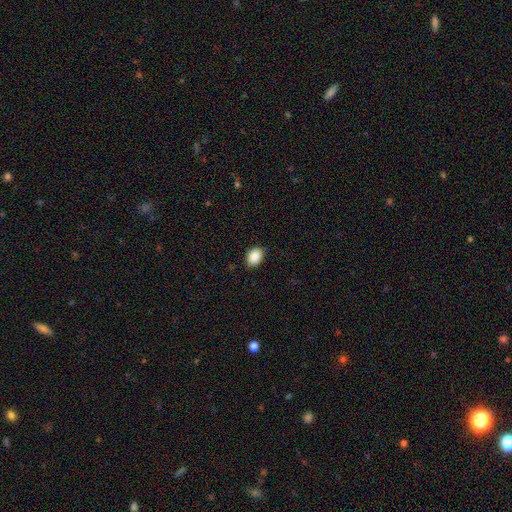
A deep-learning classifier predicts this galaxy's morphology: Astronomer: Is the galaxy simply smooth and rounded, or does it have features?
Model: smooth — 89%.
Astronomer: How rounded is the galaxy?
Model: in between — 72%.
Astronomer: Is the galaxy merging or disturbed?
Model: none — 86%.